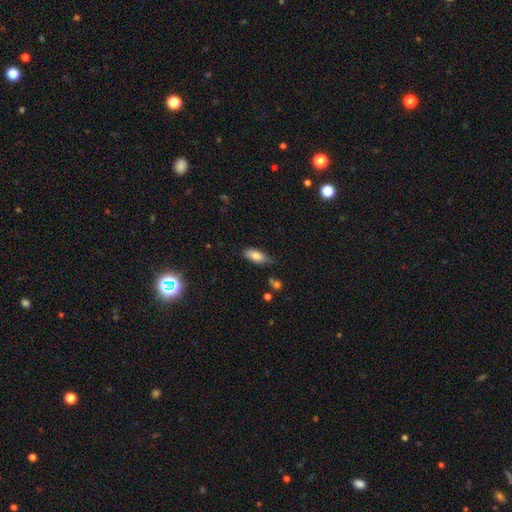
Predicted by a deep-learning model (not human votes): This is clearly a smooth galaxy (81%). How rounded: clearly in between (82%). Merging: possibly none (60%).